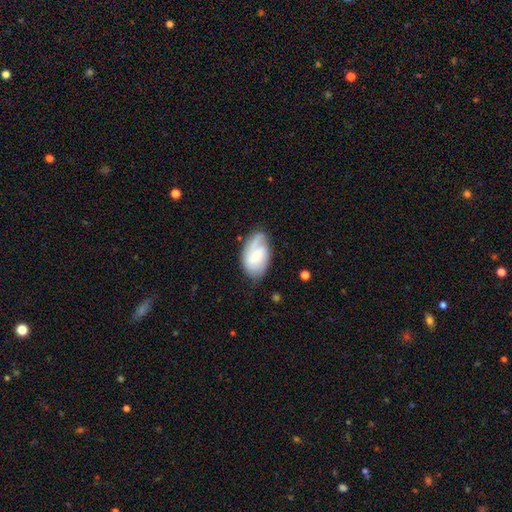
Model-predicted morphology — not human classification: Smooth or featured?
  - featured or disk: 54% *
  - smooth: 39%
  - star or artifact: 7%
Edge-on disk?
  - no: 96% *
  - yes: 4%
Bar?
  - no: 50% *
  - weak: 41%
  - strong: 10%
Spiral arms?
  - yes: 86% *
  - no: 14%
Bulge size?
  - small: 52% *
  - moderate: 28%
  - none: 13%
  - large: 5%
  - dominant: 2%
Merging?
  - none: 62% *
  - minor disturbance: 26%
  - major disturbance: 10%
  - merger: 2%